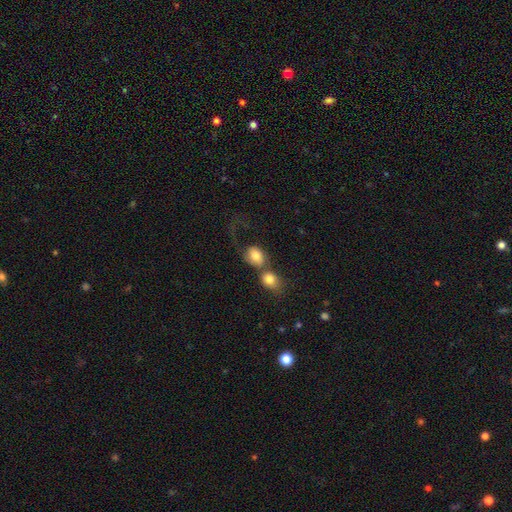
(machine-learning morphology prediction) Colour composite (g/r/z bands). It shows a smooth galaxy with no disk features (77%) that is in between round and cigar-shaped (53%). Merging: merger (58%).